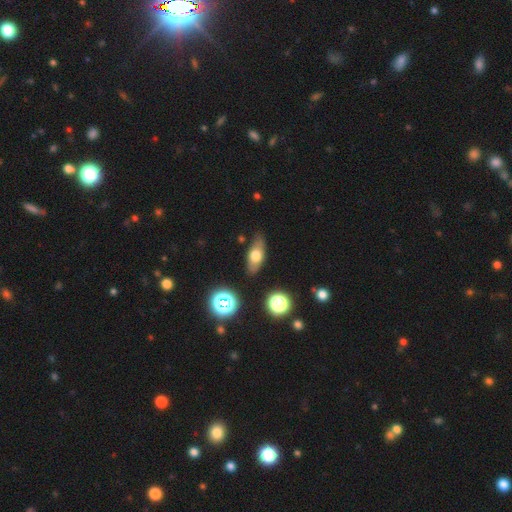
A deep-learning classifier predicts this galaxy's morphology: Smooth or featured? smooth (64%)
How rounded? in between (75%)
Merging? none (81%)